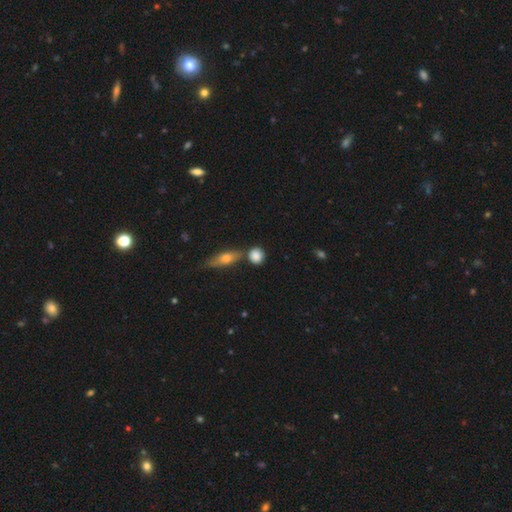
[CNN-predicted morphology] A smooth galaxy with no disk features (83%) that is round (79%). Merging: none (67%).